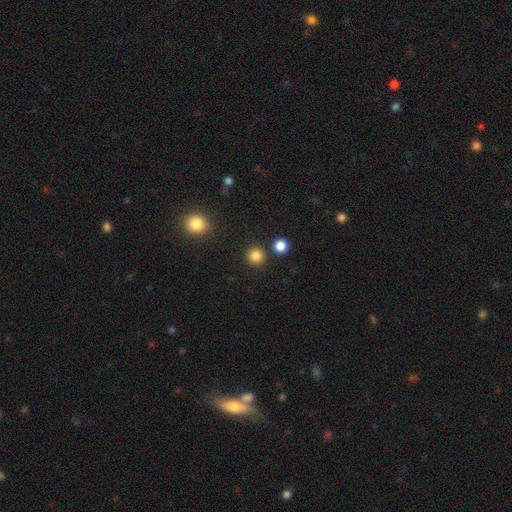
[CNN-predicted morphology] Smooth or featured? Predicted: smooth (p=0.84). How rounded? Predicted: round (p=0.95). Merging? Predicted: none (p=0.88).